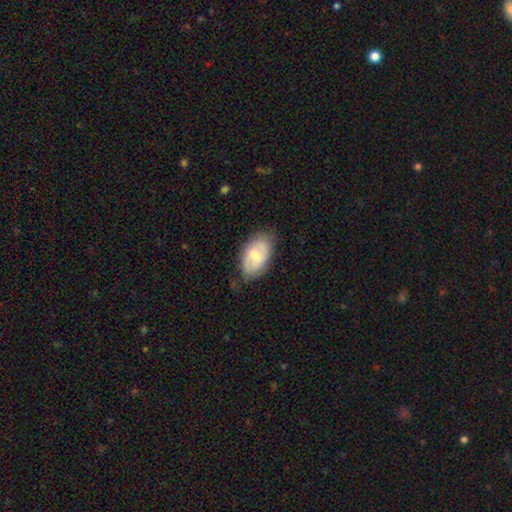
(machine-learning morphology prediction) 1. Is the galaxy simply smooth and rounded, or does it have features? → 55% smooth, 39% featured or disk, 6% star or artifact.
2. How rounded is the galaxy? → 92% in between, 7% round, 2% cigar-shaped.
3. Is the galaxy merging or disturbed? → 73% none, 21% minor disturbance, 5% major disturbance, 1% merger.